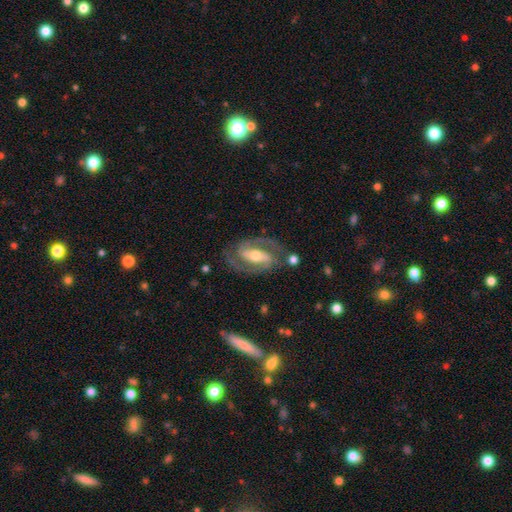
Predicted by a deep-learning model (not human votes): smooth_or_featured: featured or disk (p=0.87) [alt: smooth p=0.08]
disk_edge_on: no (p=0.96) [alt: yes p=0.04]
bar: strong (p=0.52) [alt: weak p=0.29]
has_spiral_arms: yes (p=0.94) [alt: no p=0.06]
spiral_winding: medium (p=0.51) [alt: tight p=0.37]
spiral_arm_count: 2 (p=0.91) [alt: can't tell p=0.03]
bulge_size: moderate (p=0.61) [alt: small p=0.29]
merging: none (p=0.79) [alt: minor disturbance p=0.12]